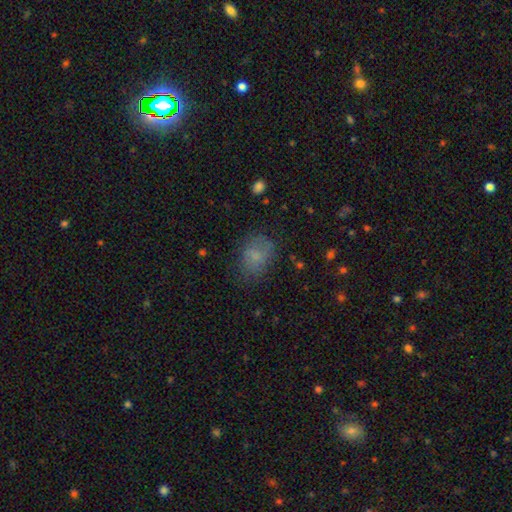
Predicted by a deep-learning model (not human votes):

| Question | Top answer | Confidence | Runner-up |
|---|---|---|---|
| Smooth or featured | smooth | 71% | featured or disk (16%) |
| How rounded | in between | 68% | round (31%) |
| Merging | none | 62% | minor disturbance (24%) |